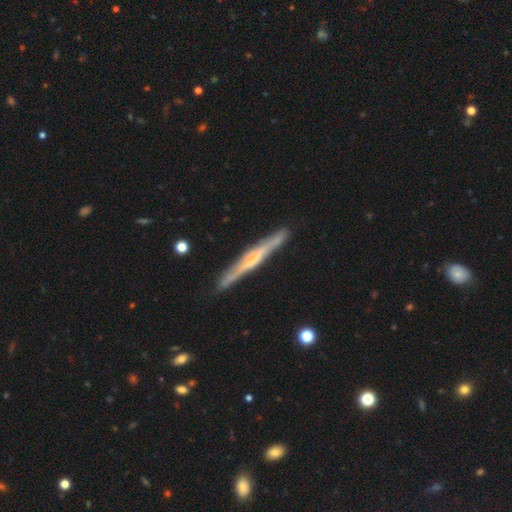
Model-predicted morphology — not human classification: smooth_or_featured: featured or disk (p=0.68) [alt: smooth p=0.27]
disk_edge_on: yes (p=0.96) [alt: no p=0.04]
edge_on_bulge: none (p=0.47) [alt: rounded p=0.33]
merging: none (p=0.87) [alt: minor disturbance p=0.09]